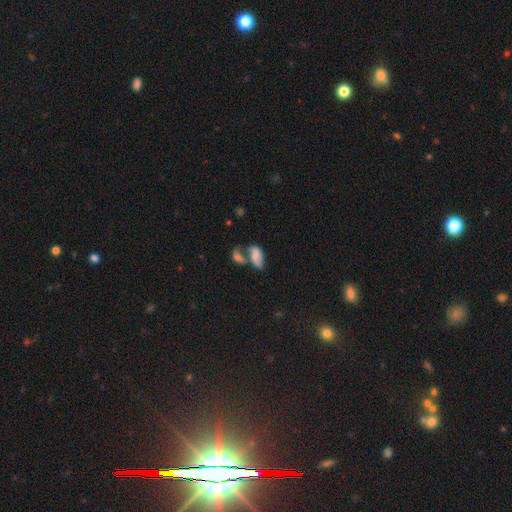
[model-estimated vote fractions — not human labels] The model was most divided on "smooth or featured": smooth: 60%, featured or disk: 30%, star or artifact: 10%. More confident: how rounded — in between (90%); merging — merger (59%).